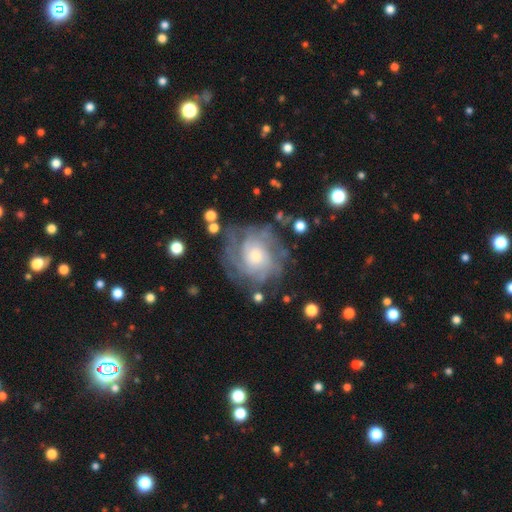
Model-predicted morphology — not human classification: A featured or disk galaxy (81%) with no bar (79%), tight (65%) spiral arms (93%) and a small central bulge (55%). Merging: none (73%).